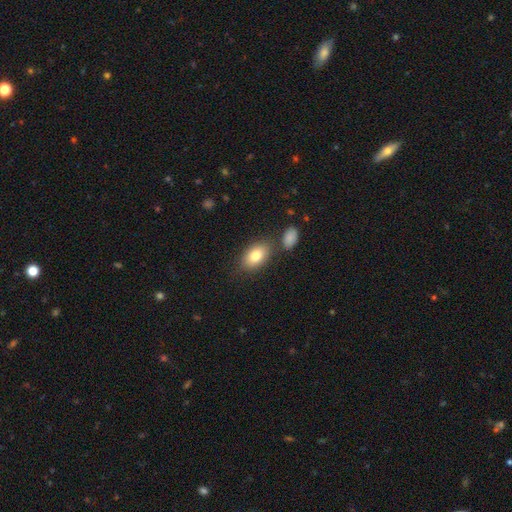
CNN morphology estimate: This appears to be a smooth galaxy with no disk features (80%) that is in between round and cigar-shaped (89%). Merging: none (72%).